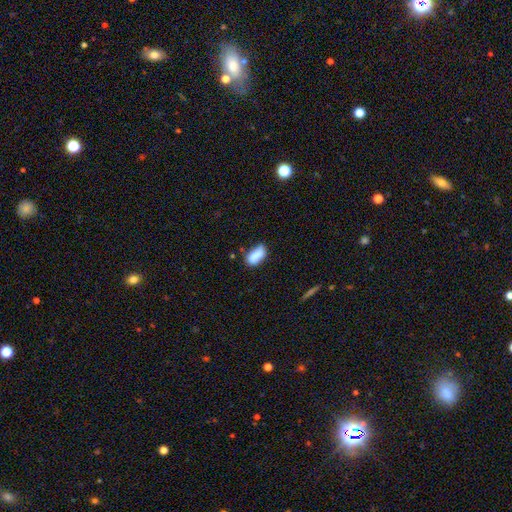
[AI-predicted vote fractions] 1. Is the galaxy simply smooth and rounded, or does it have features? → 83% smooth, 9% star or artifact, 8% featured or disk.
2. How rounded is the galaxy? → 88% in between, 7% cigar-shaped, 5% round.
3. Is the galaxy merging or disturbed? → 54% none, 31% minor disturbance, 8% major disturbance, 8% merger.